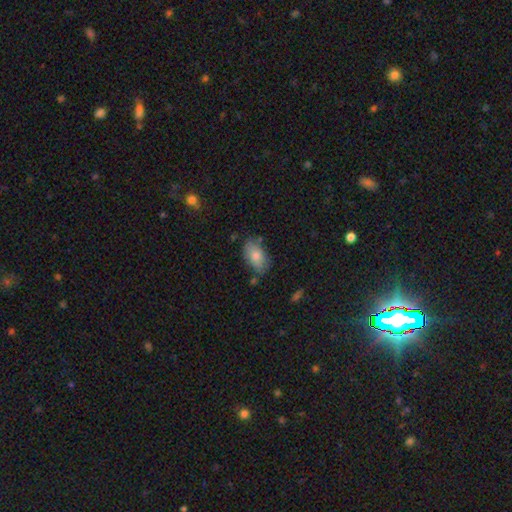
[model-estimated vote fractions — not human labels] Smooth or featured? smooth (77%)
How rounded? in between (92%)
Merging? none (75%)